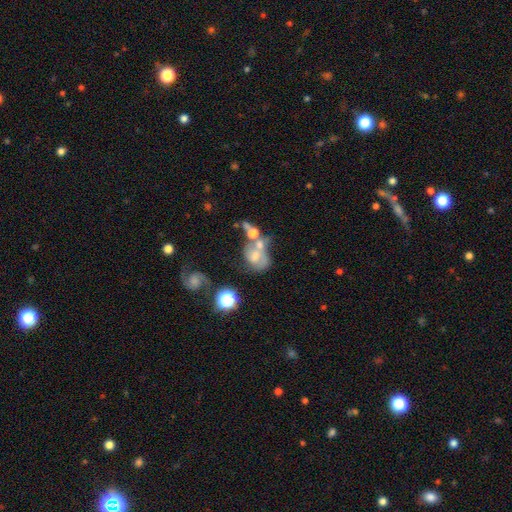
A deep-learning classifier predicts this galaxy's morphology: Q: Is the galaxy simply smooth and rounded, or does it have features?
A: featured or disk — 49%.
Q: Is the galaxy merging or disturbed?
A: merger — 49%.